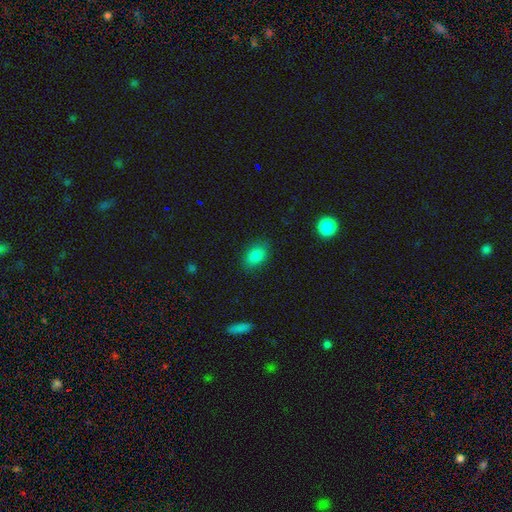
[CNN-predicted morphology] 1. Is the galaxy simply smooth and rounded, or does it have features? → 85% smooth, 10% star or artifact, 5% featured or disk.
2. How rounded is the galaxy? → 82% in between, 16% round, 2% cigar-shaped.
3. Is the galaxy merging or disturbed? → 84% none, 12% minor disturbance, 3% major disturbance, 1% merger.